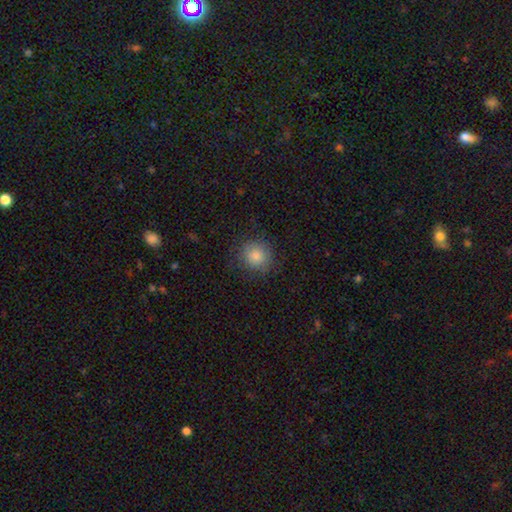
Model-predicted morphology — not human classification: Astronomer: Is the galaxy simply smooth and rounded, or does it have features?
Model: smooth — 84%.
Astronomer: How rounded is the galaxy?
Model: round — 90%.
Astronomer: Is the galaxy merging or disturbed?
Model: none — 83%.